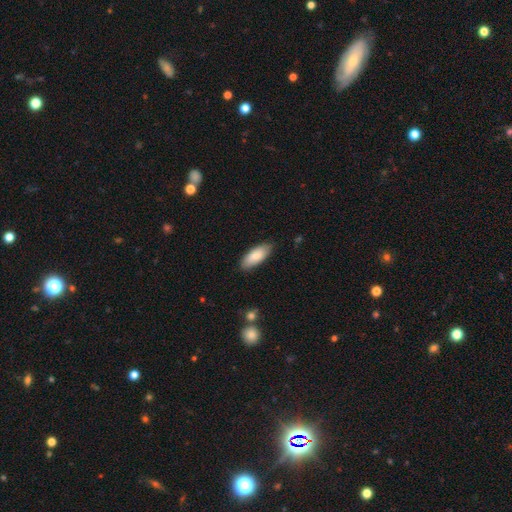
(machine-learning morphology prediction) type=smooth (83%); roundness=in between (78%); merging=none (84%).